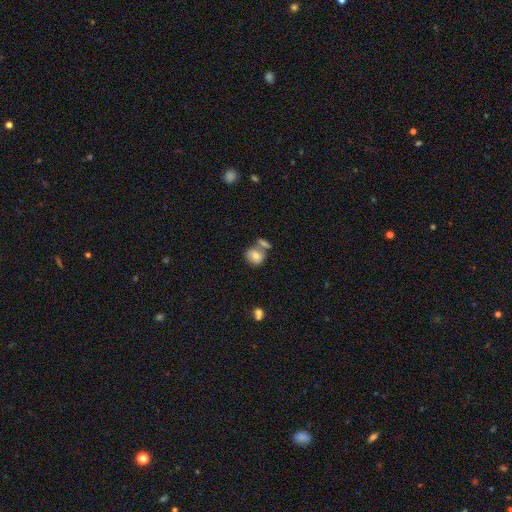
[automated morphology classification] Smooth or featured?
  - smooth: 71% *
  - featured or disk: 19%
  - star or artifact: 10%
How rounded?
  - round: 68% *
  - in between: 30%
  - cigar-shaped: 2%
Merging?
  - none: 46% *
  - merger: 37%
  - minor disturbance: 13%
  - major disturbance: 4%